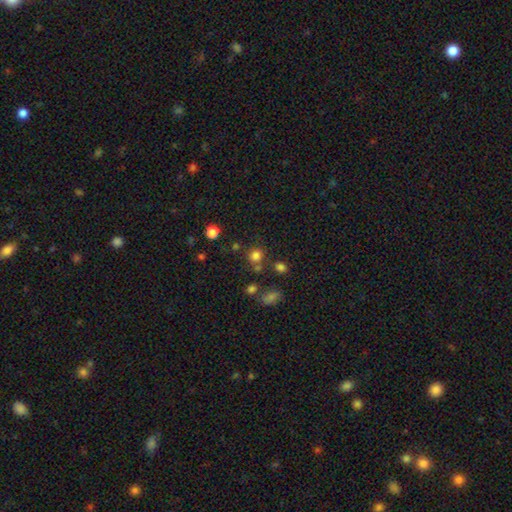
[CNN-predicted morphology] Smooth or featured? Predicted: smooth (p=0.76). How rounded? Predicted: round (p=0.85). Merging? Predicted: none (p=0.70).